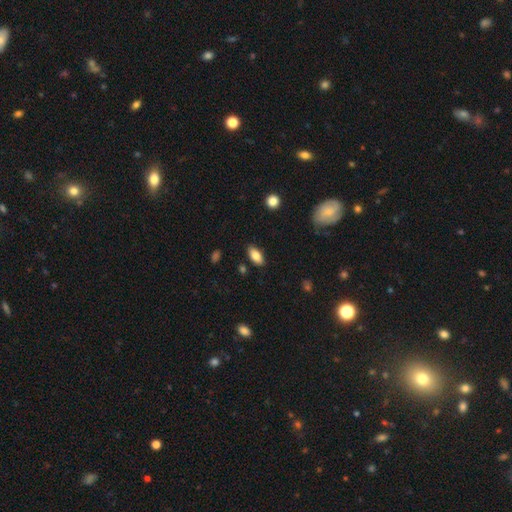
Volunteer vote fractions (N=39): Morphology: type=smooth (90%); roundness=in between (97%); merging=none (84%).